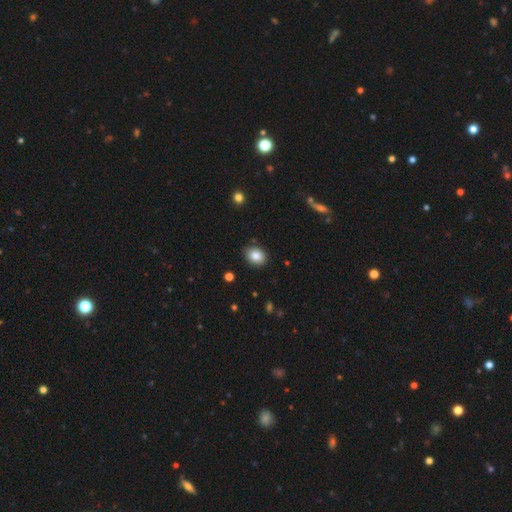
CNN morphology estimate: Smooth or featured: smooth — 85% (star or artifact — 9%)
How rounded: in between — 54% (round — 46%)
Merging: none — 86% (minor disturbance — 10%)